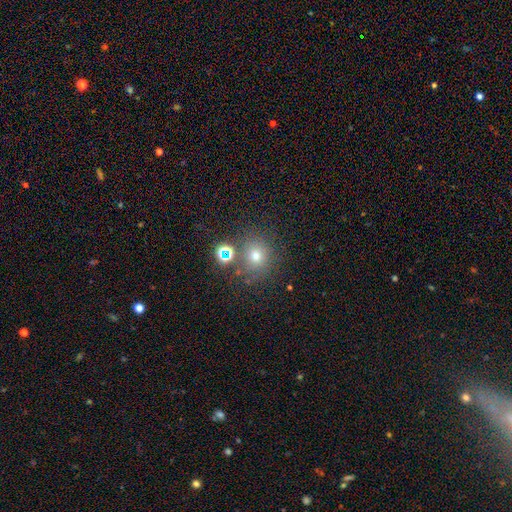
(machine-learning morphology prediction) Smooth or featured: smooth — 65% (star or artifact — 24%)
How rounded: round — 83% (in between — 16%)
Merging: none — 72% (merger — 13%)